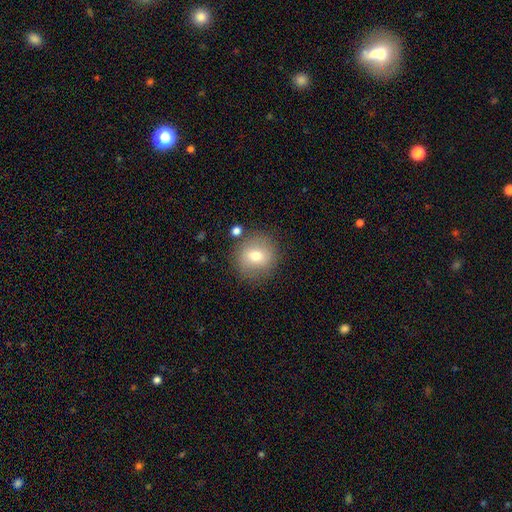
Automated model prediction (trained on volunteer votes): Smooth or featured?
  - smooth: 71% *
  - featured or disk: 19%
  - star or artifact: 11%
How rounded?
  - round: 90% *
  - in between: 9%
  - cigar-shaped: 1%
Merging?
  - none: 84% *
  - minor disturbance: 10%
  - merger: 4%
  - major disturbance: 3%